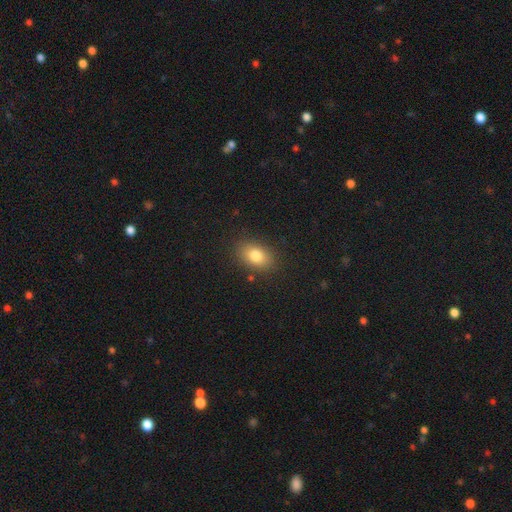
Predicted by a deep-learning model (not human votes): The model was most divided on "how rounded": in between: 81%, round: 18%, cigar-shaped: 2%. More confident: merging — none (86%); smooth or featured — smooth (81%).